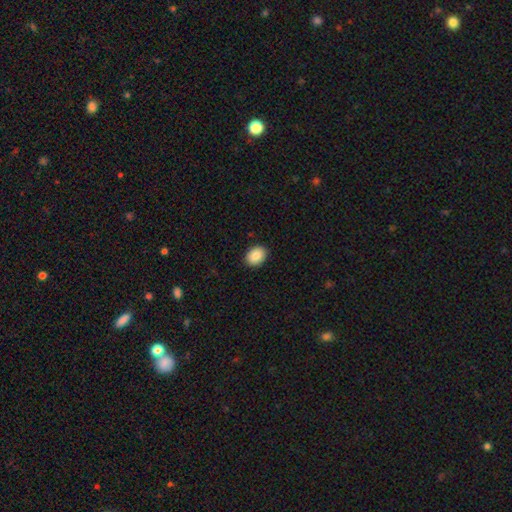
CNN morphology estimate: Smooth or featured: smooth — 88% (star or artifact — 8%)
How rounded: in between — 64% (round — 35%)
Merging: none — 90% (minor disturbance — 7%)